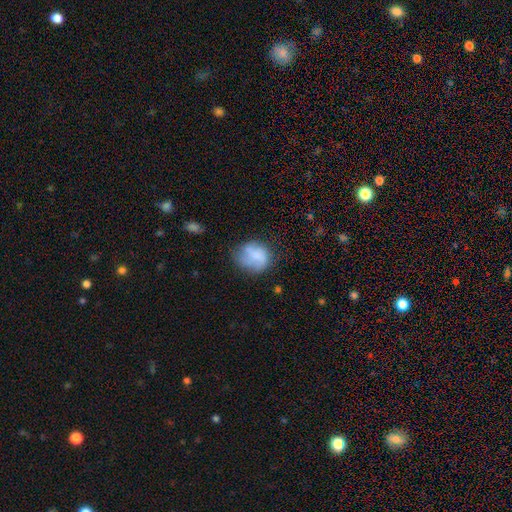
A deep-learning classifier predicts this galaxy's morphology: This is likely a smooth galaxy (67%). How rounded: likely round (63%). Merging: possibly none (47%).